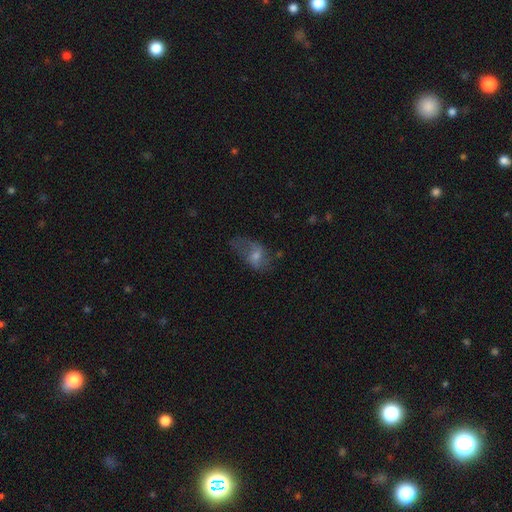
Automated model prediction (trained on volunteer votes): The model was most divided on "smooth or featured": featured or disk: 48%, smooth: 40%, star or artifact: 13%. Remaining: merging — none (40%).